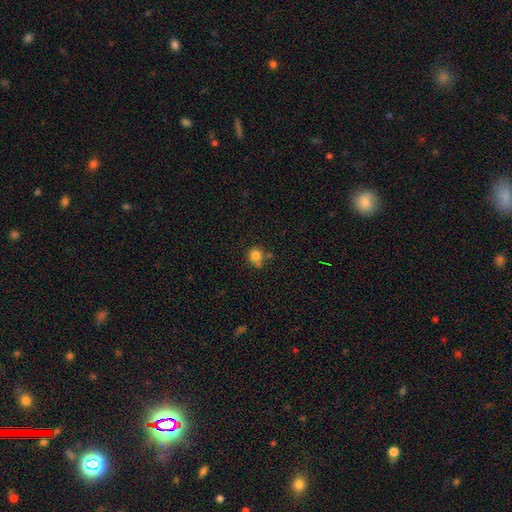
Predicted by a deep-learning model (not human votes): smooth 81%, star or artifact 12%, featured or disk 7%. Down the decision tree: how rounded — round (89%); merging — none (61%).